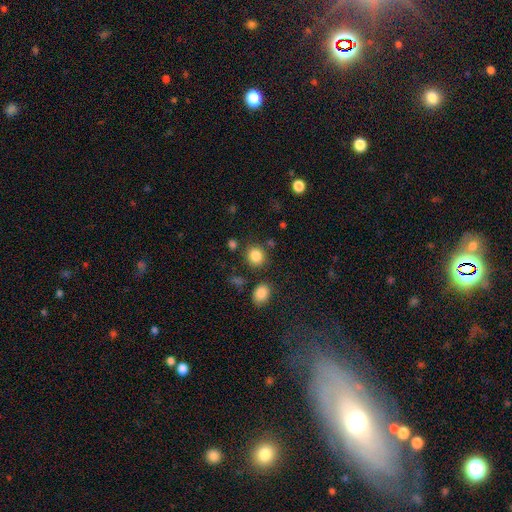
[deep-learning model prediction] Q: Smooth or featured?
A: smooth (84%); runner-up: star or artifact (11%)
Q: How rounded?
A: round (81%); runner-up: in between (18%)
Q: Merging?
A: none (81%); runner-up: minor disturbance (9%)